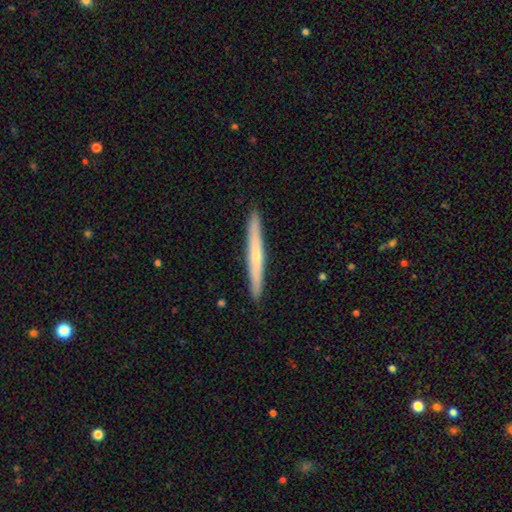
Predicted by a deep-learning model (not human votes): A featured or disk galaxy (49%). Merging: none (92%).